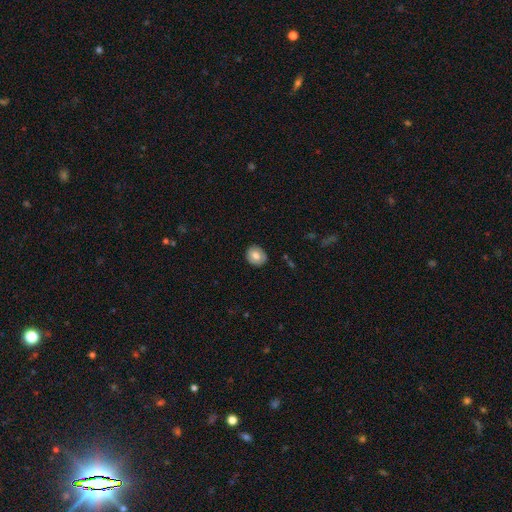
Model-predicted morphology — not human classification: smooth_or_featured: smooth (p=0.73) [alt: featured or disk p=0.19]
how_rounded: round (p=0.69) [alt: in between p=0.30]
merging: none (p=0.87) [alt: minor disturbance p=0.10]